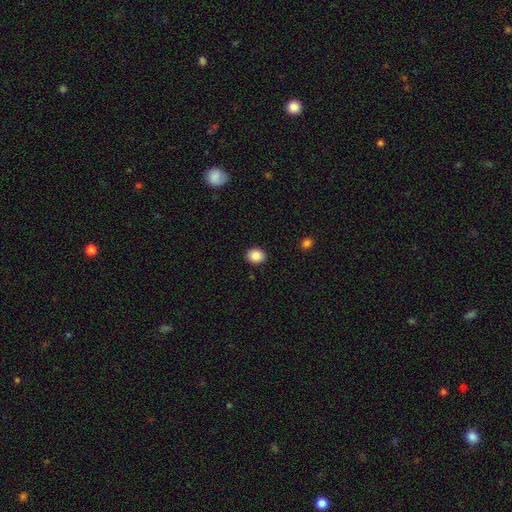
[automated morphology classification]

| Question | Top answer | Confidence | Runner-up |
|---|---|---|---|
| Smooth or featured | smooth | 87% | star or artifact (9%) |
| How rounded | round | 60% | in between (40%) |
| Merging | none | 91% | minor disturbance (6%) |